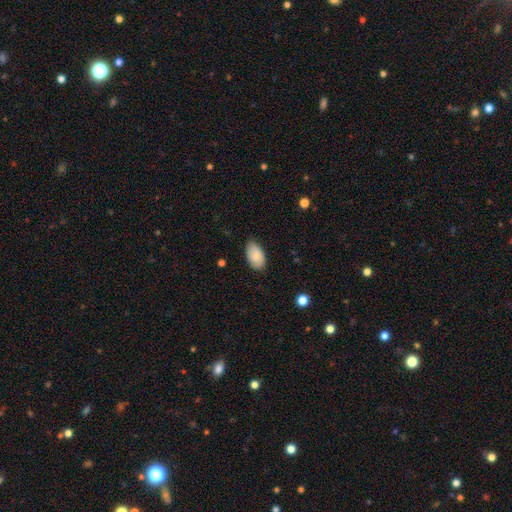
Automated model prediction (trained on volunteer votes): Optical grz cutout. It shows a smooth galaxy with no disk features (79%) that is in between round and cigar-shaped (94%). Merging: none (75%).